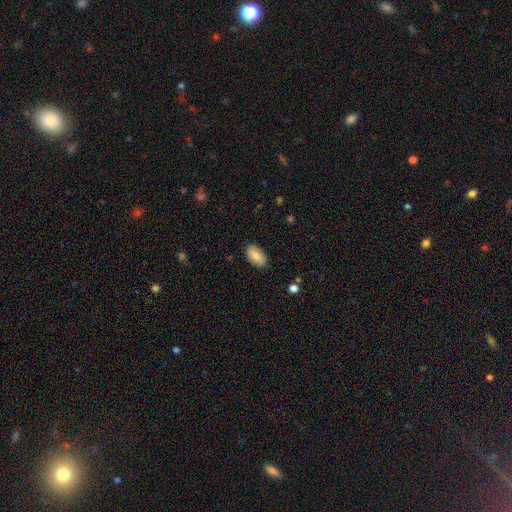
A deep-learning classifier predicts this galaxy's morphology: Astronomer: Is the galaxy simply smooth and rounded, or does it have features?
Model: smooth — 79%.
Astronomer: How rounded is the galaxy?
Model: in between — 93%.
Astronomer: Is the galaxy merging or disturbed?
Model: none — 86%.